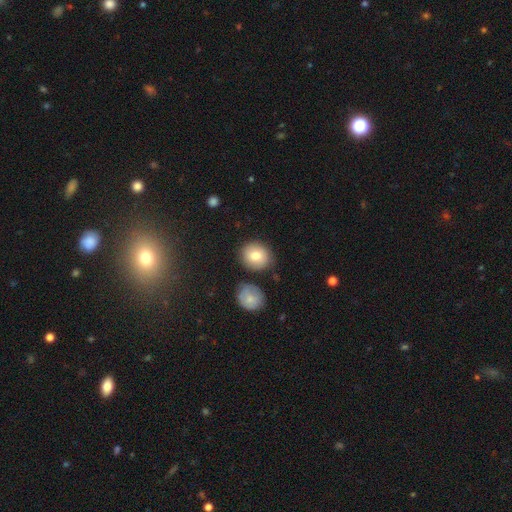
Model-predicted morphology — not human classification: Smooth or featured? smooth (81%)
How rounded? round (80%)
Merging? none (80%)